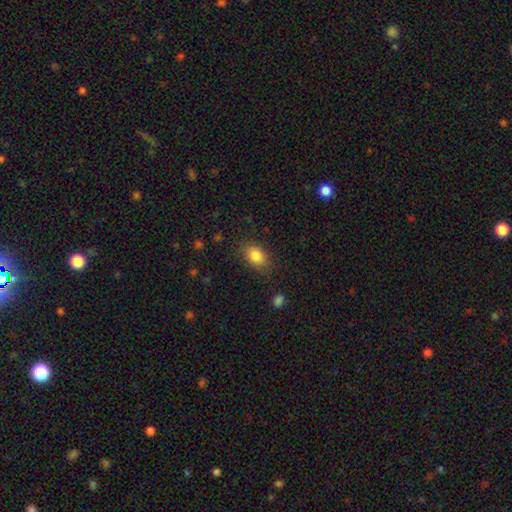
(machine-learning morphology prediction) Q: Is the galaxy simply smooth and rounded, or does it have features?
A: smooth — 84%.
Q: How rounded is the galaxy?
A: in between — 79%.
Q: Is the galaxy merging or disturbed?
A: none — 80%.